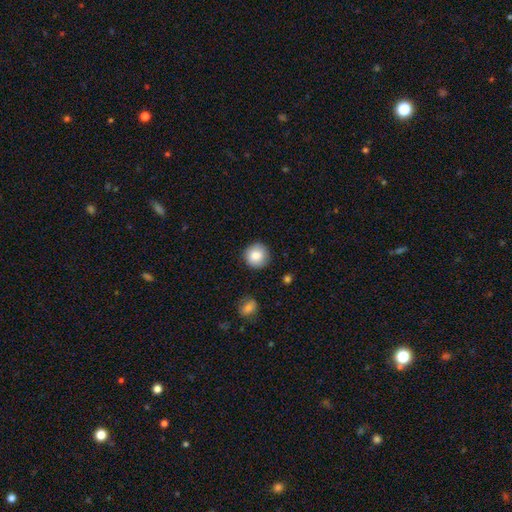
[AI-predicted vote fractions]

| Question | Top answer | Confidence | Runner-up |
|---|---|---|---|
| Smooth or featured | smooth | 85% | star or artifact (8%) |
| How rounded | round | 94% | in between (5%) |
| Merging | none | 88% | minor disturbance (9%) |